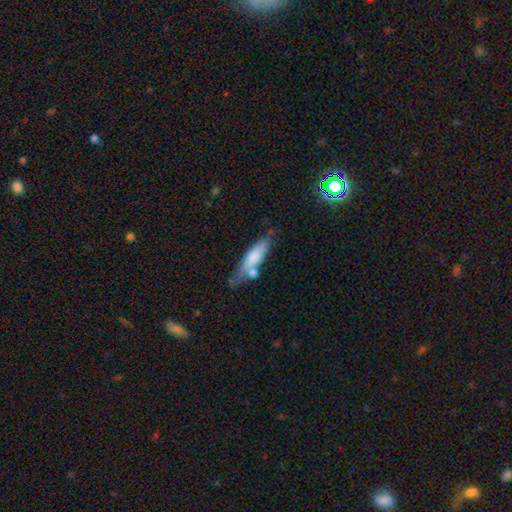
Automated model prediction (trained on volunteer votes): Morphology: type=smooth (68%); roundness=cigar-shaped (67%); merging=none (57%).